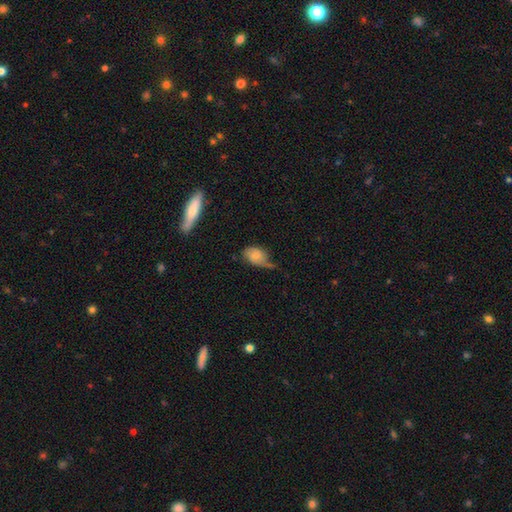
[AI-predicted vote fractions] Morphology: type=smooth (67%); roundness=in between (82%); merging=minor disturbance (40%).